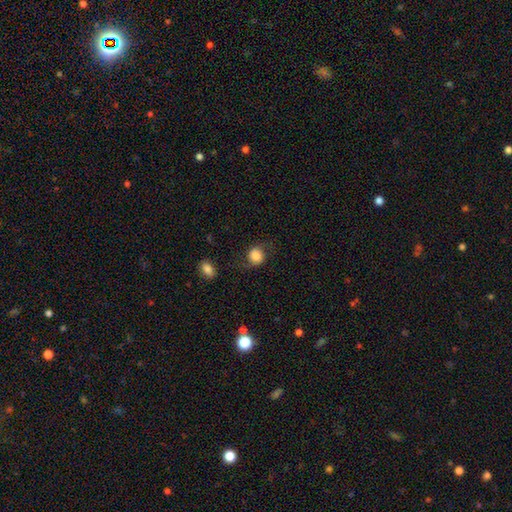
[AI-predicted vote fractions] smooth 77%, featured or disk 14%, star or artifact 9%. Down the decision tree: how rounded — round (76%); merging — none (66%).